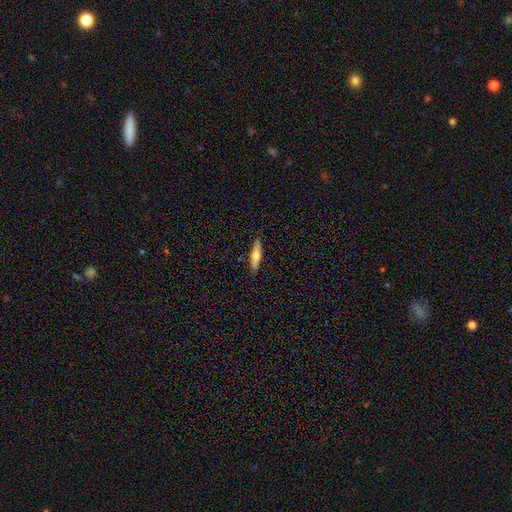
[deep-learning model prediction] Smooth or featured? smooth (62%)
How rounded? cigar-shaped (68%)
Merging? none (89%)